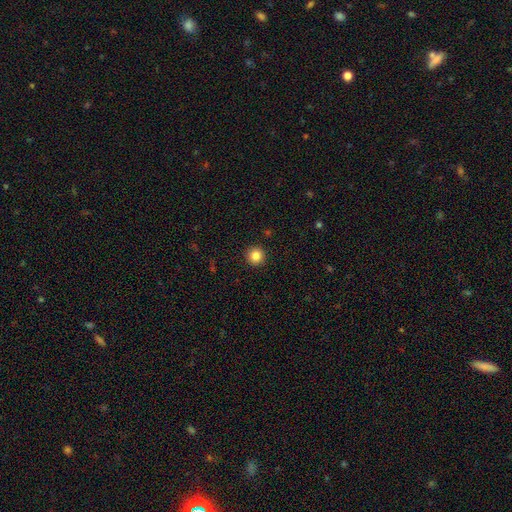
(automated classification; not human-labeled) Q: Smooth or featured?
A: smooth (85%); runner-up: star or artifact (11%)
Q: How rounded?
A: round (96%); runner-up: in between (3%)
Q: Merging?
A: none (93%); runner-up: minor disturbance (4%)